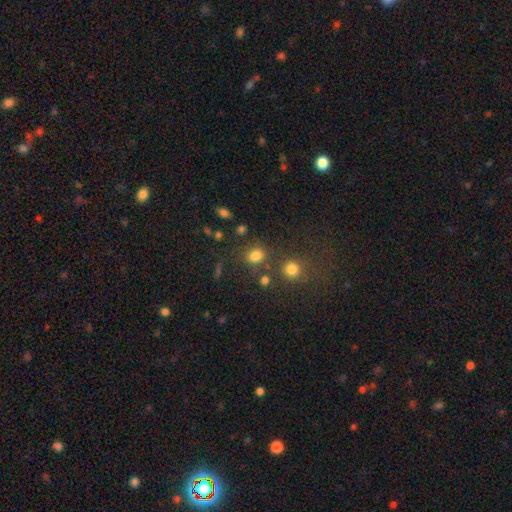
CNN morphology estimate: smooth 79%, star or artifact 15%, featured or disk 6%. Down the decision tree: how rounded — round (64%); merging — none (69%).